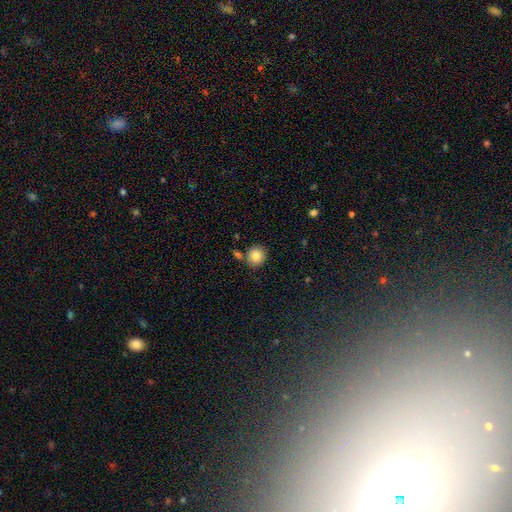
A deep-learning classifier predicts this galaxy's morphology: smooth 84%, star or artifact 9%, featured or disk 7%. Down the decision tree: how rounded — round (86%); merging — none (78%).